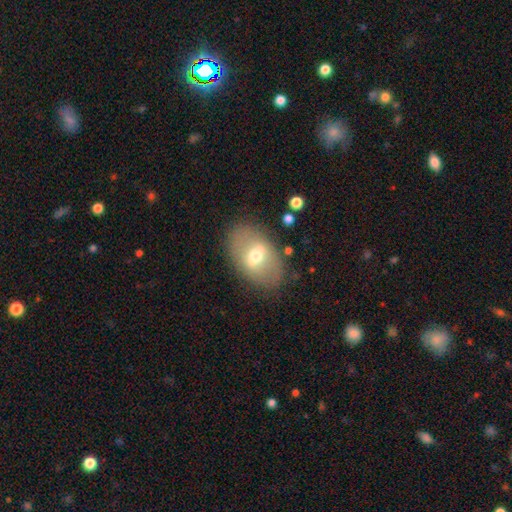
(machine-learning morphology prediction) Smooth or featured? Predicted: smooth (p=0.51). How rounded? Predicted: in between (p=0.85). Merging? Predicted: none (p=0.81).